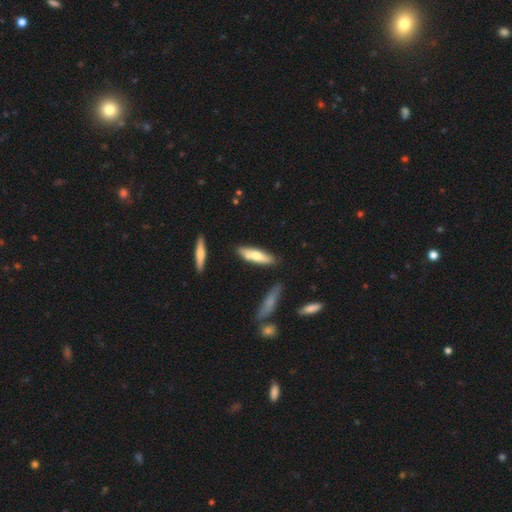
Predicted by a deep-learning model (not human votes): This is likely a smooth galaxy (63%). How rounded: likely cigar-shaped (68%). Merging: likely none (75%).